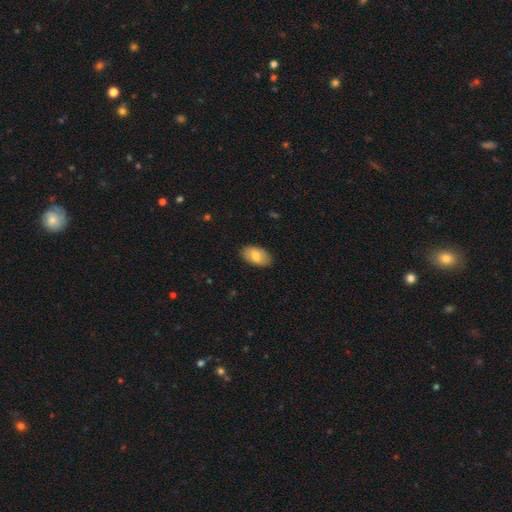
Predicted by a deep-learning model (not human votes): This appears to be a smooth galaxy with no disk features (71%) that is in between round and cigar-shaped (93%). Merging: none (85%).